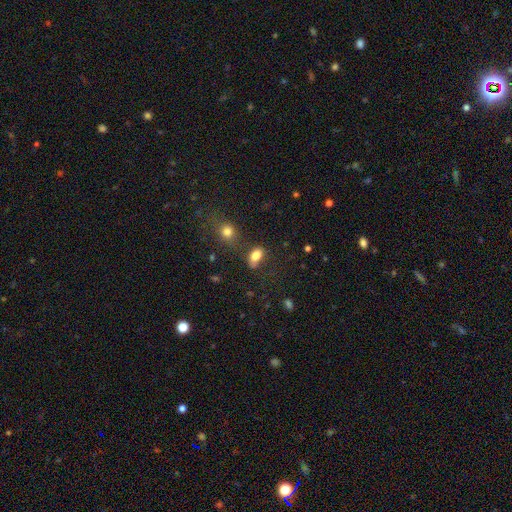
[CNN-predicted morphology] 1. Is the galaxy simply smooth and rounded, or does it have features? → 81% smooth, 10% star or artifact, 9% featured or disk.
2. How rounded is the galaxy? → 87% in between, 10% round, 3% cigar-shaped.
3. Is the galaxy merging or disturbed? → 59% none, 20% minor disturbance, 12% merger, 9% major disturbance.